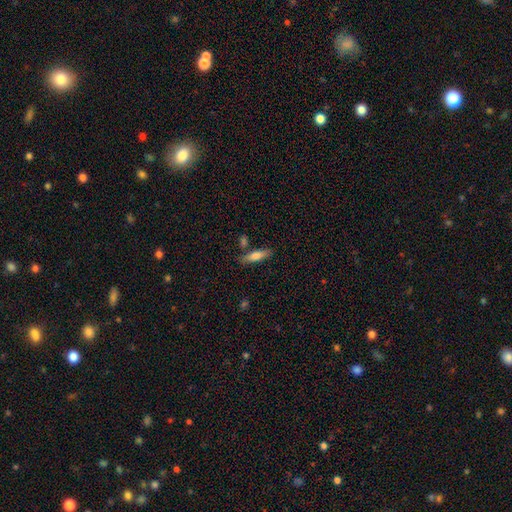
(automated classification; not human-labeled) This appears to be a smooth galaxy with no disk features (72%) that is cigar-shaped (62%). Merging: none (76%).